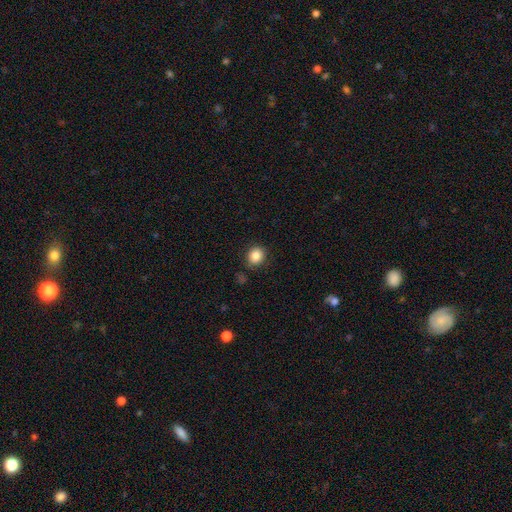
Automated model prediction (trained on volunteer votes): A smooth galaxy with no disk features (85%) that is round (78%).

Vote fractions:
- Smooth or featured? smooth: 85% / star or artifact: 10% / featured or disk: 5%
- How rounded? round: 78% / in between: 21% / cigar-shaped: 1%
- Merging? none: 85% / minor disturbance: 10% / major disturbance: 3% / merger: 2%